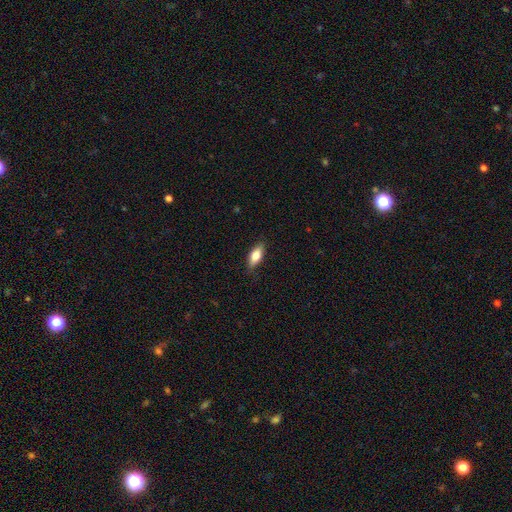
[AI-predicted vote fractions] A smooth galaxy with no disk features (75%) that is in between round and cigar-shaped (75%).

Vote fractions:
- Smooth or featured? smooth: 75% / featured or disk: 18% / star or artifact: 6%
- How rounded? in between: 75% / cigar-shaped: 22% / round: 3%
- Merging? none: 83% / minor disturbance: 13% / major disturbance: 3% / merger: 1%